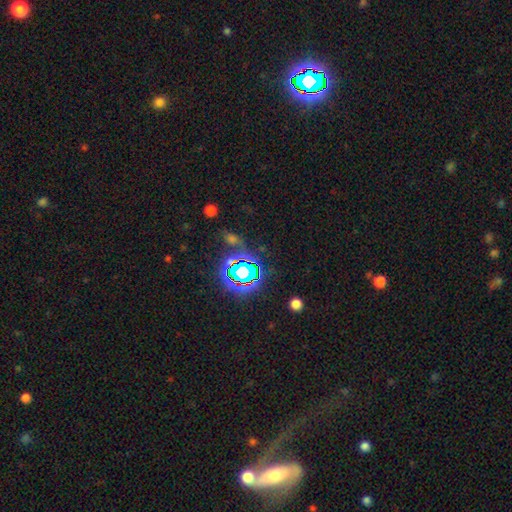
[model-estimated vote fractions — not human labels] Smooth or featured?
  - star or artifact: 79% *
  - smooth: 13%
  - featured or disk: 8%